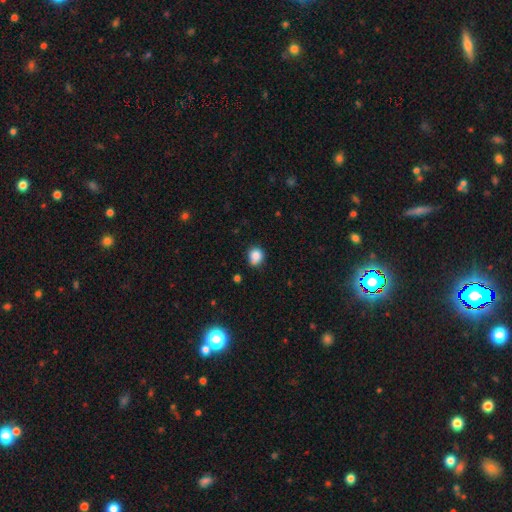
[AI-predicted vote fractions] Smooth or featured: smooth — 85% (star or artifact — 10%)
How rounded: round — 70% (in between — 29%)
Merging: none — 69% (minor disturbance — 24%)